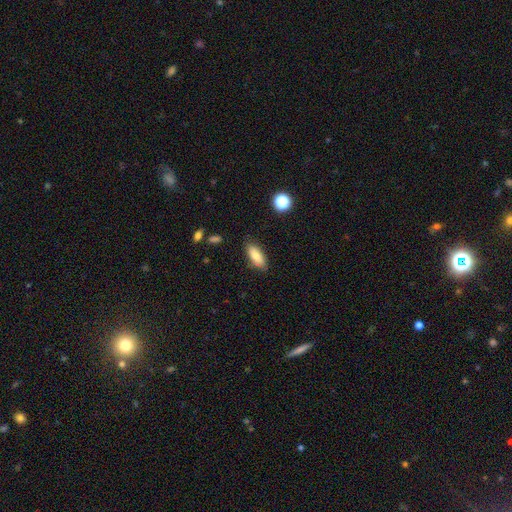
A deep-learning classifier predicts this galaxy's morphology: Q: Smooth or featured?
A: smooth (80%); runner-up: featured or disk (12%)
Q: How rounded?
A: in between (80%); runner-up: cigar-shaped (18%)
Q: Merging?
A: none (83%); runner-up: minor disturbance (13%)